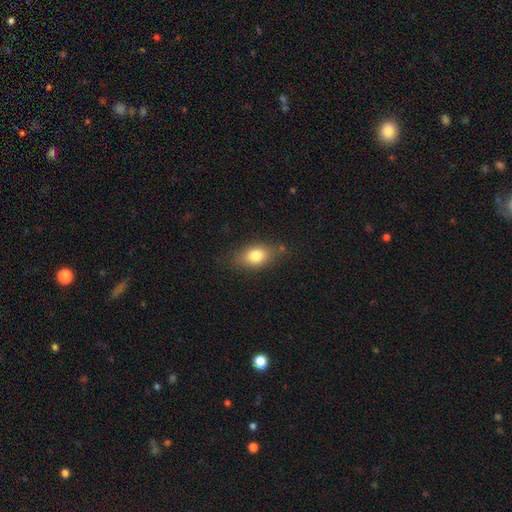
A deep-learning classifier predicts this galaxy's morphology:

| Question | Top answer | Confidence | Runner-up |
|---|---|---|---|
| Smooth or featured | smooth | 79% | featured or disk (12%) |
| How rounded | in between | 80% | round (17%) |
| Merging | none | 77% | minor disturbance (16%) |